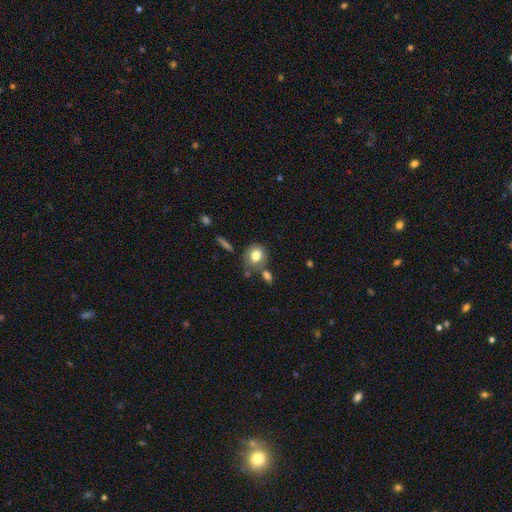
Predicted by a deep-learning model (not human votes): Q: Smooth or featured?
A: smooth (78%); runner-up: featured or disk (13%)
Q: How rounded?
A: round (73%); runner-up: in between (26%)
Q: Merging?
A: none (65%); runner-up: merger (15%)